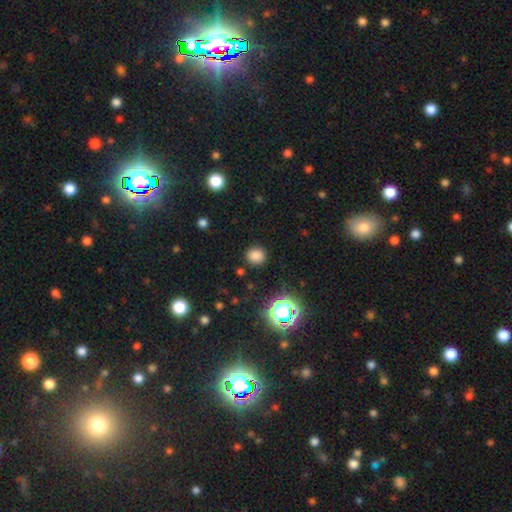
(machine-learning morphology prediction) Q: Smooth or featured?
A: smooth (78%); runner-up: star or artifact (17%)
Q: How rounded?
A: round (84%); runner-up: in between (15%)
Q: Merging?
A: none (88%); runner-up: minor disturbance (8%)